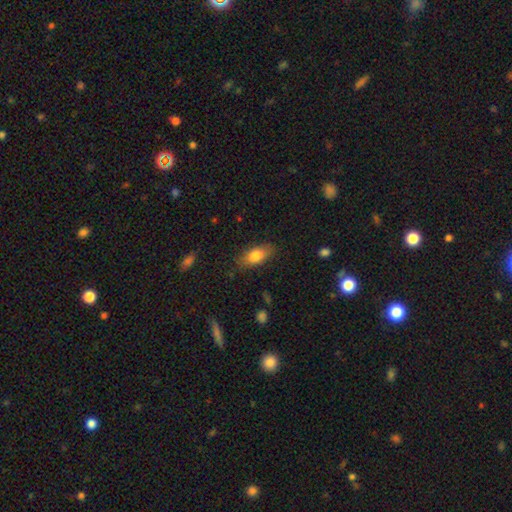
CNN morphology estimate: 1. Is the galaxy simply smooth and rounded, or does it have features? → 80% smooth, 13% featured or disk, 7% star or artifact.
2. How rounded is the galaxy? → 84% in between, 12% cigar-shaped, 5% round.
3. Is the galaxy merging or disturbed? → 82% none, 14% minor disturbance, 3% major disturbance, 1% merger.